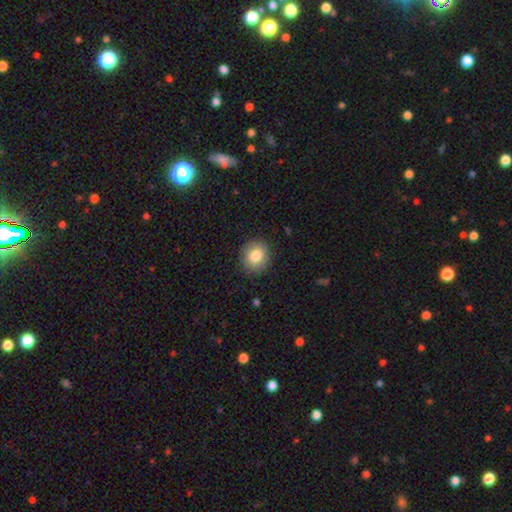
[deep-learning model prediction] Morphology: type=smooth (82%); roundness=round (73%); merging=none (86%).